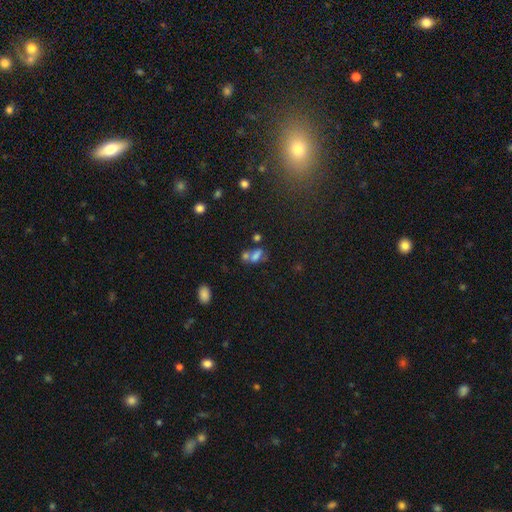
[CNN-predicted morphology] Smooth or featured? Predicted: smooth (p=0.63). How rounded? Predicted: in between (p=0.79). Merging? Predicted: merger (p=0.51).